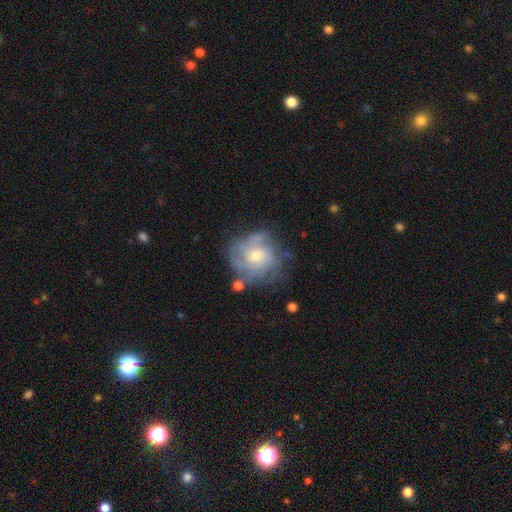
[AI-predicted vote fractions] Smooth or featured?
  - featured or disk: 72% *
  - smooth: 20%
  - star or artifact: 8%
Edge-on disk?
  - no: 98% *
  - yes: 2%
Bar?
  - no: 74% *
  - weak: 22%
  - strong: 3%
Spiral arms?
  - yes: 82% *
  - no: 18%
Spiral winding?
  - tight: 54% *
  - medium: 33%
  - loose: 12%
Spiral arm count?
  - can't tell: 44% *
  - 4: 18%
  - 3: 17%
  - 2: 10%
  - more than 4: 6%
  - 1: 5%
Bulge size?
  - moderate: 52% *
  - small: 42%
  - large: 3%
  - none: 2%
  - dominant: 1%
Merging?
  - none: 63% *
  - minor disturbance: 21%
  - major disturbance: 11%
  - merger: 4%